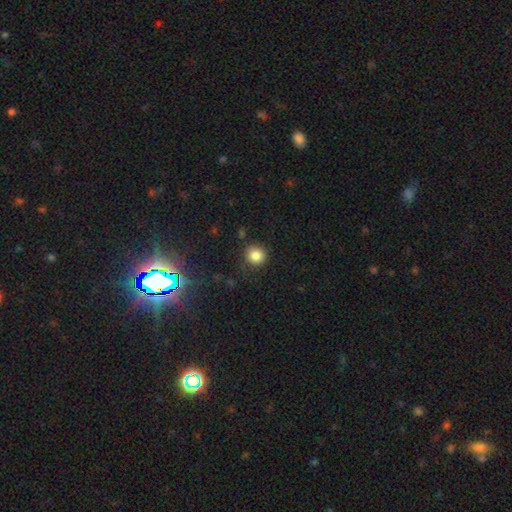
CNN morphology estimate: A smooth galaxy with no disk features (83%) that is round (88%). Merging: none (83%).